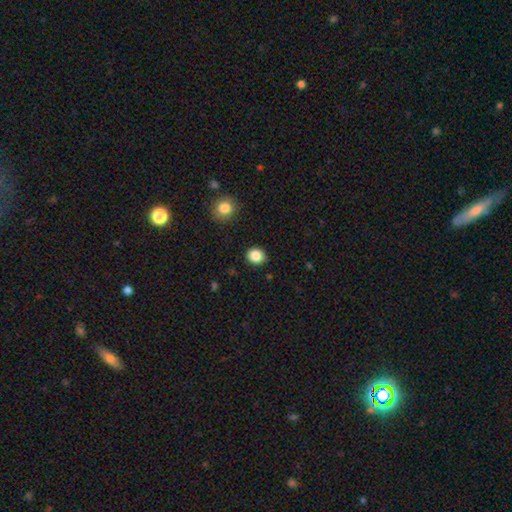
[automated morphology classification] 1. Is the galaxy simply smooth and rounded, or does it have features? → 86% smooth, 10% star or artifact, 4% featured or disk.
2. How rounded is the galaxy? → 74% round, 25% in between, 1% cigar-shaped.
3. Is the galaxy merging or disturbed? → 90% none, 7% minor disturbance, 2% major disturbance, 1% merger.